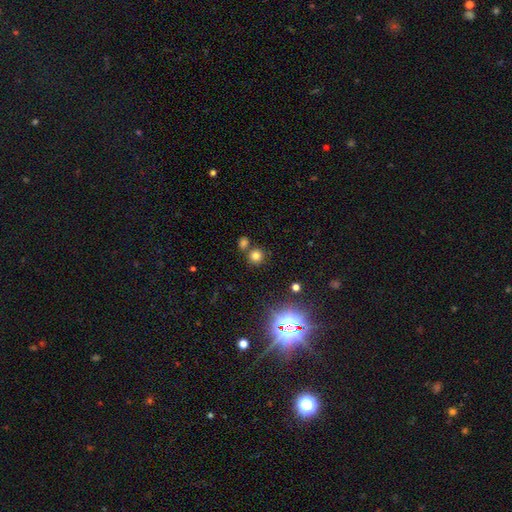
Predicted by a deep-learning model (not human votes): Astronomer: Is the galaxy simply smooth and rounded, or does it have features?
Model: smooth — 74%.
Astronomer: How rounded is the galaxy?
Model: round — 90%.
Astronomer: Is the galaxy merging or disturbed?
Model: none — 74%.